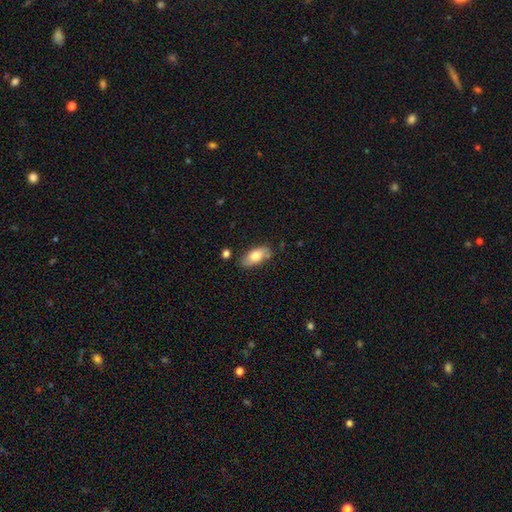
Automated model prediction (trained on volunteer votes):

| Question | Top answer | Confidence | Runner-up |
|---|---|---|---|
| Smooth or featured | smooth | 76% | featured or disk (18%) |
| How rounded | in between | 89% | cigar-shaped (9%) |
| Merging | none | 76% | minor disturbance (17%) |